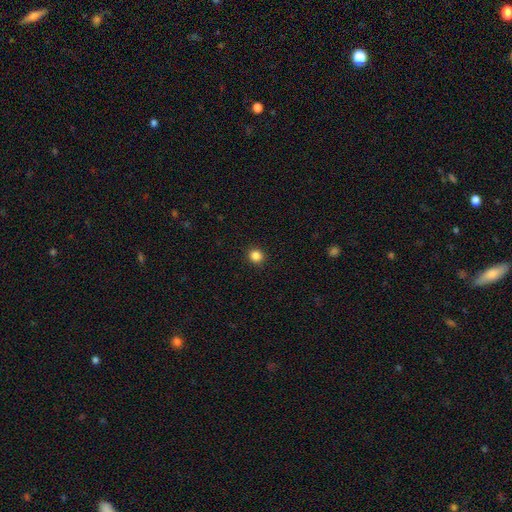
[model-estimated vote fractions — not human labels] Morphology: type=smooth (85%); roundness=round (91%); merging=none (92%).